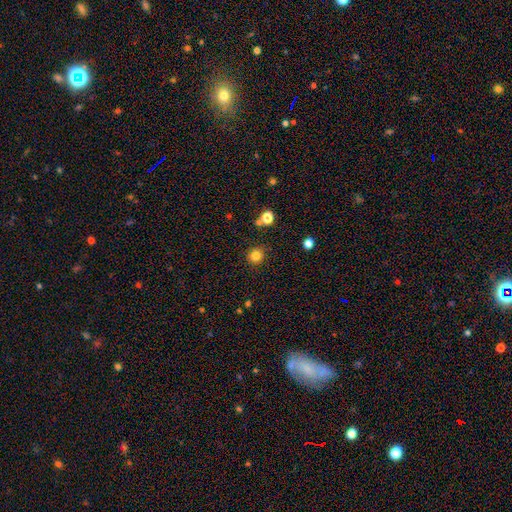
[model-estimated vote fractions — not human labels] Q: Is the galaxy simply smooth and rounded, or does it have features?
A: smooth — 81%.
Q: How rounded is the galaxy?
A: round — 90%.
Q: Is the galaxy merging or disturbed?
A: none — 87%.